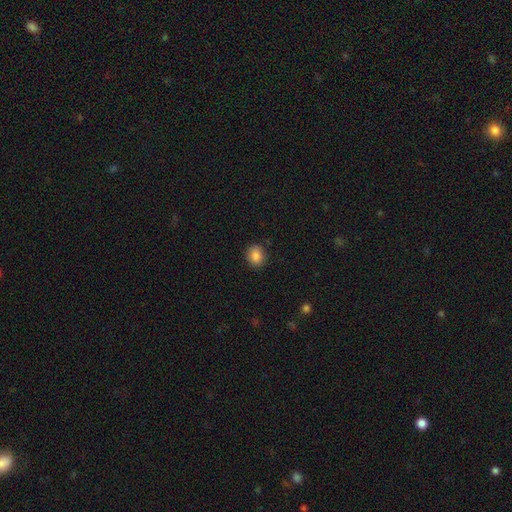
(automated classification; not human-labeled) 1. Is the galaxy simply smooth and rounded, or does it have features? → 86% smooth, 10% star or artifact, 4% featured or disk.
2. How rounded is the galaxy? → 68% round, 31% in between, 1% cigar-shaped.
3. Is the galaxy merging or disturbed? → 87% none, 9% minor disturbance, 2% major disturbance, 1% merger.